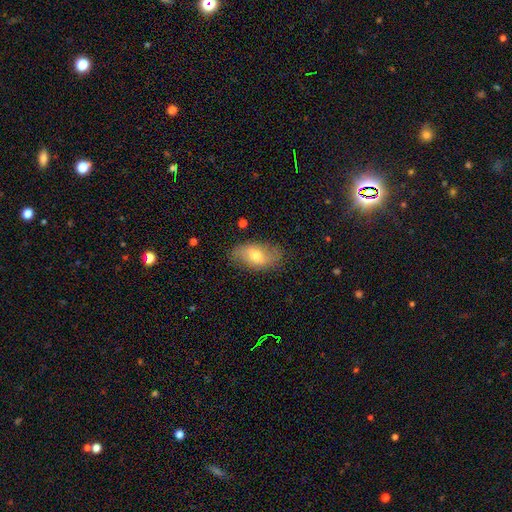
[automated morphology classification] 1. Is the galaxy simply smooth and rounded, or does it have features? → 59% smooth, 34% featured or disk, 7% star or artifact.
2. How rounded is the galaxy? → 91% in between, 6% round, 3% cigar-shaped.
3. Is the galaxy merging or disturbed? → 78% none, 17% minor disturbance, 4% major disturbance, 1% merger.